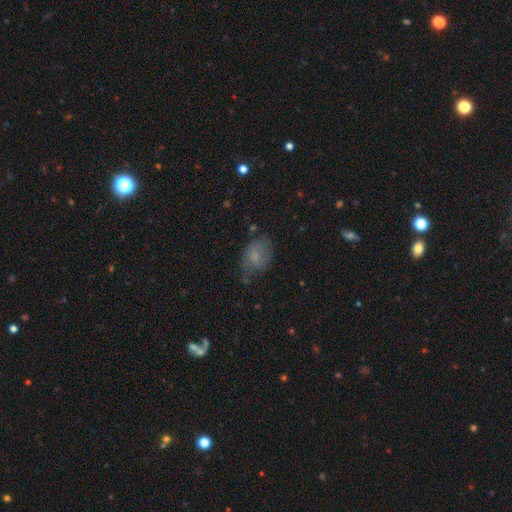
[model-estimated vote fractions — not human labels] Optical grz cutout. It shows a smooth galaxy with no disk features (67%) that is in between round and cigar-shaped (81%). Merging: none (53%).